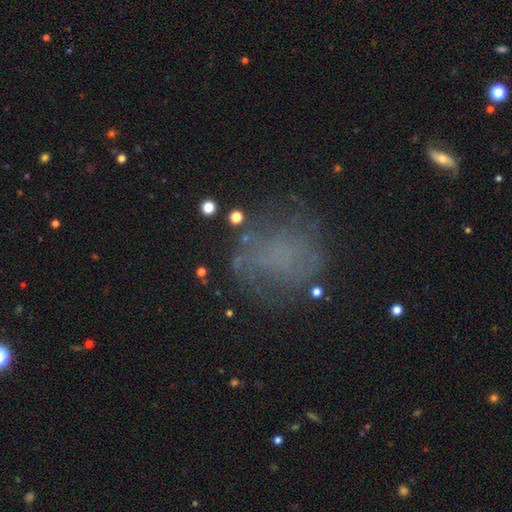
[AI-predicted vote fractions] Smooth or featured: smooth — 39% (featured or disk — 38%)
Merging: none — 64% (minor disturbance — 17%)